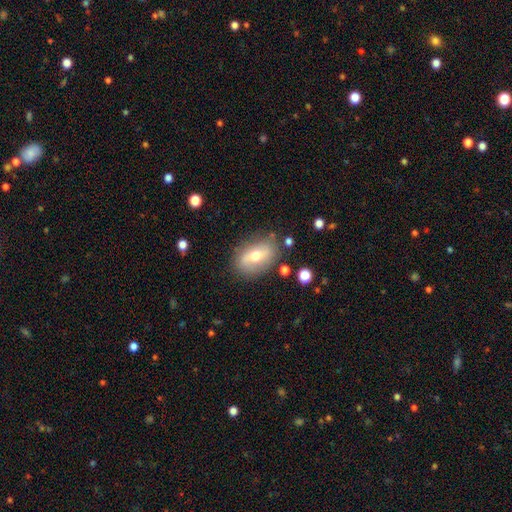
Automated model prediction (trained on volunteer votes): Smooth or featured? smooth (51%)
How rounded? in between (81%)
Merging? none (77%)